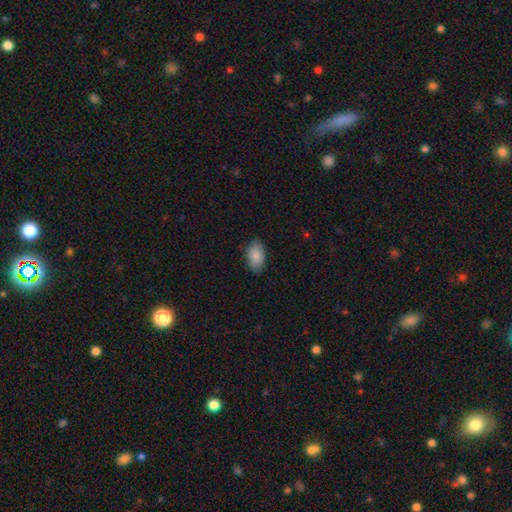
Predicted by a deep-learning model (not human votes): A smooth galaxy with no disk features (87%) that is in between round and cigar-shaped (93%).

Vote fractions:
- Smooth or featured? smooth: 87% / star or artifact: 6% / featured or disk: 6%
- How rounded? in between: 93% / round: 5% / cigar-shaped: 2%
- Merging? none: 84% / minor disturbance: 13% / major disturbance: 3% / merger: 1%